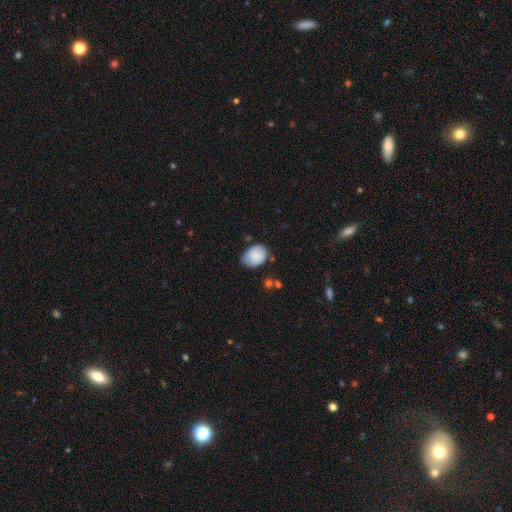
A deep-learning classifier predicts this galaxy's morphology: A smooth galaxy with no disk features (85%) that is in between round and cigar-shaped (62%).

Vote fractions:
- Smooth or featured? smooth: 85% / featured or disk: 8% / star or artifact: 7%
- How rounded? in between: 62% / round: 37% / cigar-shaped: 1%
- Merging? none: 63% / minor disturbance: 28% / major disturbance: 5% / merger: 3%